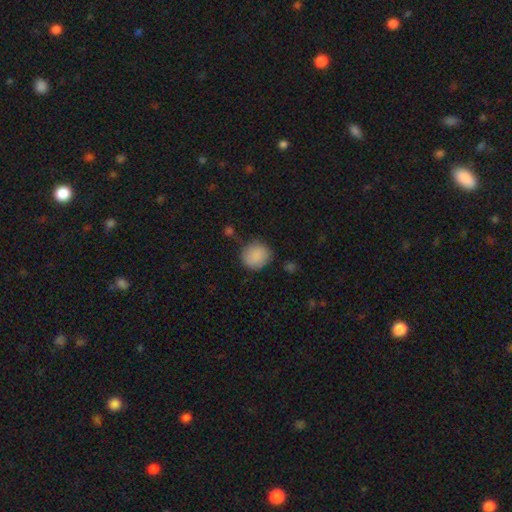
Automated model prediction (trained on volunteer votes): Overall: smooth (88%). How rounded: round (82%). Merging: none (74%).